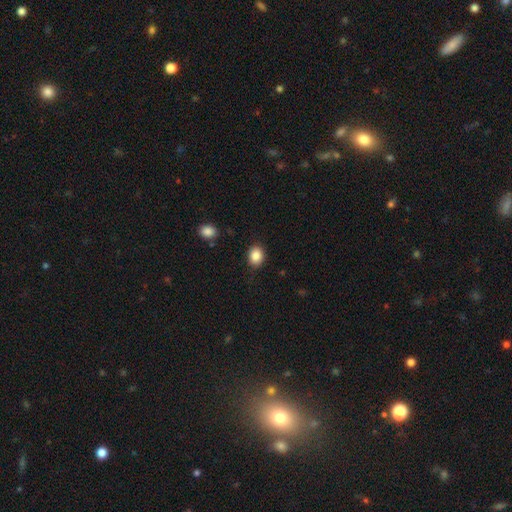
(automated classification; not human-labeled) This is clearly a smooth galaxy (87%). How rounded: possibly round (51%). Merging: clearly none (86%).